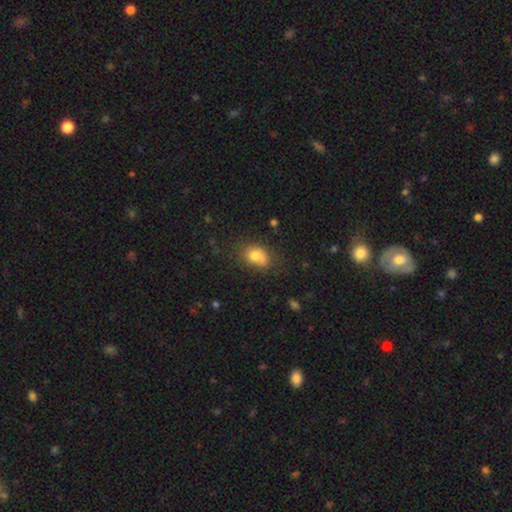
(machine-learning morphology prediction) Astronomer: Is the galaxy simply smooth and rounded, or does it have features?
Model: smooth — 75%.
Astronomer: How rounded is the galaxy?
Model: in between — 63%.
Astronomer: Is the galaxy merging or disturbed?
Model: none — 51%.